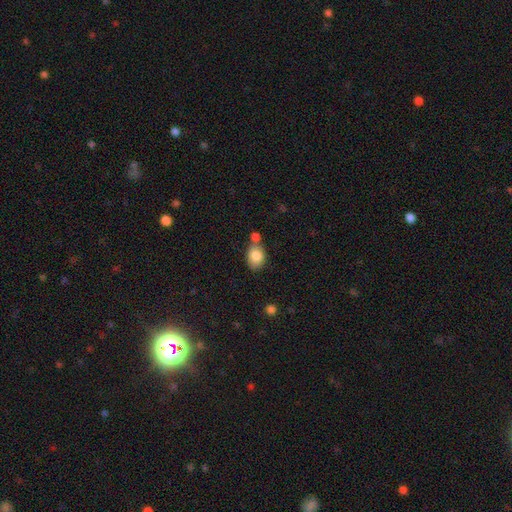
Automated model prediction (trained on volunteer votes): Smooth or featured? Predicted: smooth (p=0.84). How rounded? Predicted: in between (p=0.73). Merging? Predicted: none (p=0.52).